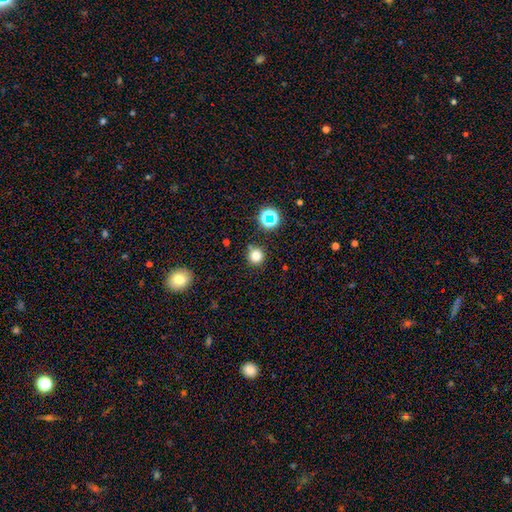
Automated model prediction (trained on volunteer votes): Smooth or featured? smooth (77%)
How rounded? round (94%)
Merging? none (84%)